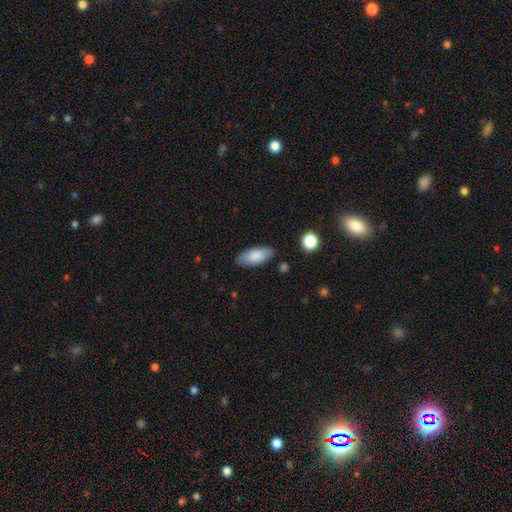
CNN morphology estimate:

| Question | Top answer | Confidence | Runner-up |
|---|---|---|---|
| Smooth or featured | smooth | 83% | featured or disk (11%) |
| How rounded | in between | 84% | cigar-shaped (14%) |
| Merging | none | 82% | minor disturbance (13%) |